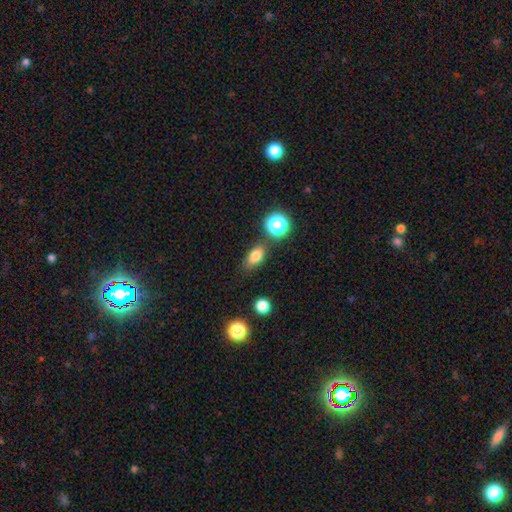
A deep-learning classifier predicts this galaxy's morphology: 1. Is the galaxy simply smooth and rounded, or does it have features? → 78% smooth, 13% star or artifact, 9% featured or disk.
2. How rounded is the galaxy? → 78% in between, 16% round, 6% cigar-shaped.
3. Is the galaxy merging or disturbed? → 77% none, 13% minor disturbance, 6% merger, 4% major disturbance.